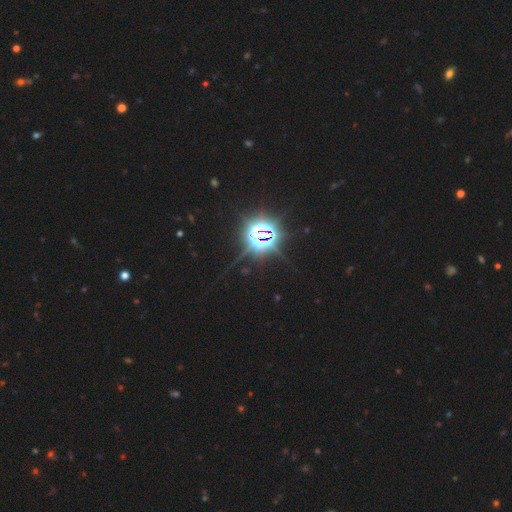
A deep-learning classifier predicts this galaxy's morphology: smooth_or_featured: star or artifact (p=0.81) [alt: smooth p=0.14]